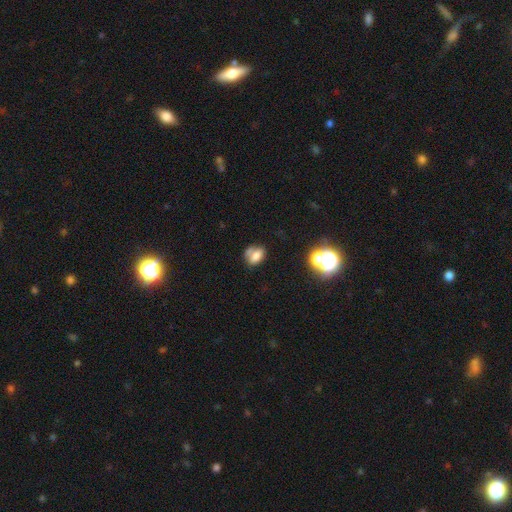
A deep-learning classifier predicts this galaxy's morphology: smooth-or-featured: smooth: 69% | featured or disk: 17% | star or artifact: 14%
  how-rounded: in between: 76% | round: 22% | cigar-shaped: 2%
  merging: none: 44% | minor disturbance: 23% | merger: 22% | major disturbance: 12%